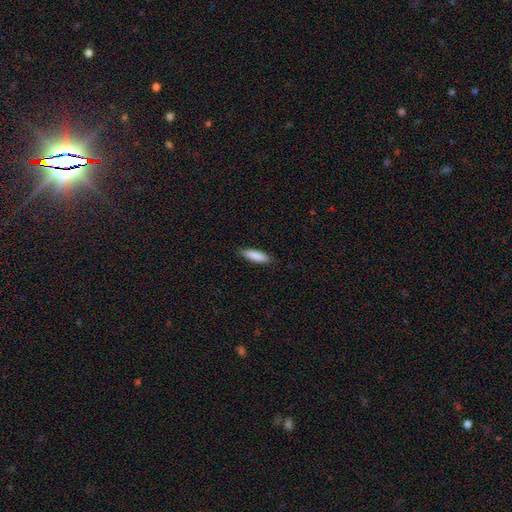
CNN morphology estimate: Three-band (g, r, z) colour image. It shows a smooth galaxy with no disk features (88%) that is cigar-shaped (57%). Merging: none (86%).